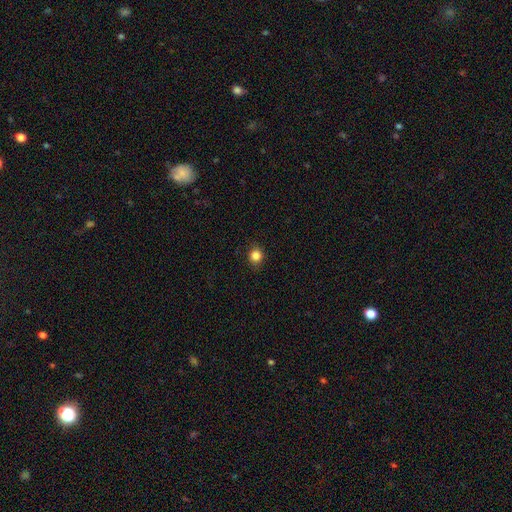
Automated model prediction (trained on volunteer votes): smooth-or-featured: smooth: 84% | star or artifact: 11% | featured or disk: 5%
  how-rounded: round: 81% | in between: 18% | cigar-shaped: 1%
  merging: none: 87% | minor disturbance: 10% | major disturbance: 2% | merger: 1%